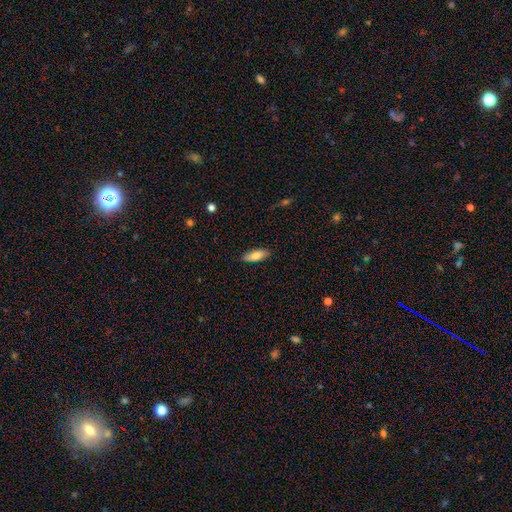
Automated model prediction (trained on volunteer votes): The model was most divided on "how rounded": in between: 71%, cigar-shaped: 27%, round: 2%. More confident: merging — none (87%); smooth or featured — smooth (81%).